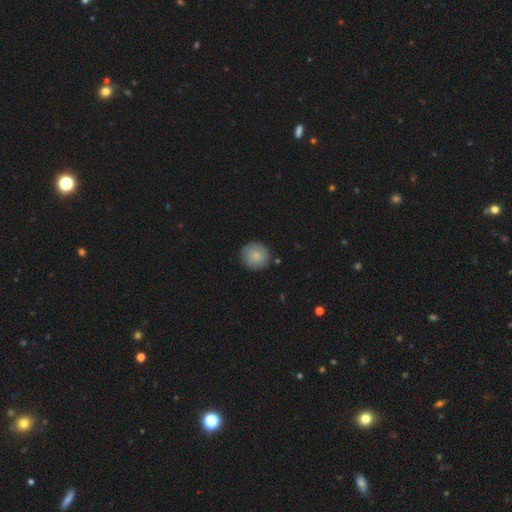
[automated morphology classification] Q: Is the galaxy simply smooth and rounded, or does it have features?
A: smooth — 79%.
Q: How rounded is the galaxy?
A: round — 93%.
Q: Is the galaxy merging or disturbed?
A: none — 85%.